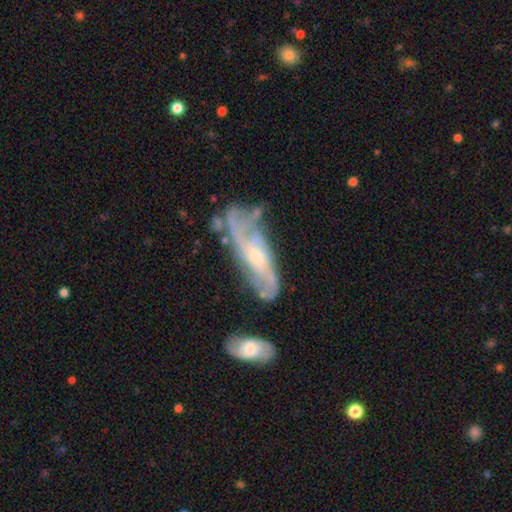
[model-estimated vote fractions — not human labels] This is likely a featured or disk galaxy (78%). It is clearly not viewed edge-on (81%). Bar: likely no (65%). Spiral arm pattern: clearly yes (87%). Spiral arm count: marginally can't tell (40%). Spiral winding: marginally medium (39%). Central bulge: possibly small (56%). Merging: possibly none (56%).